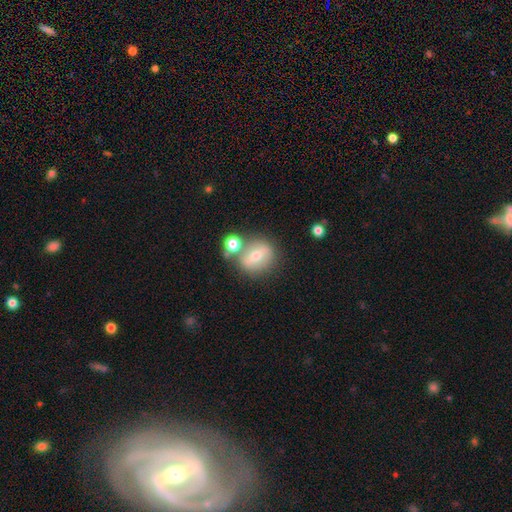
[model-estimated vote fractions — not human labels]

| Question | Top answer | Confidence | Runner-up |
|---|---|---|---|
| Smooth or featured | smooth | 54% | featured or disk (35%) |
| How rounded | round | 74% | in between (24%) |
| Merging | none | 64% | merger (18%) |